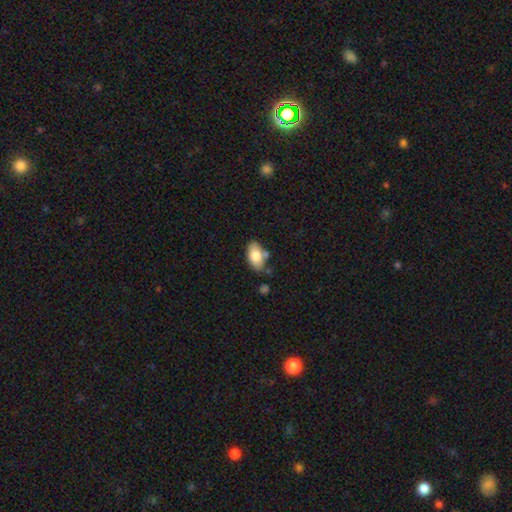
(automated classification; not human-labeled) This appears to be a smooth galaxy with no disk features (79%) that is in between round and cigar-shaped (92%). Merging: none (69%).